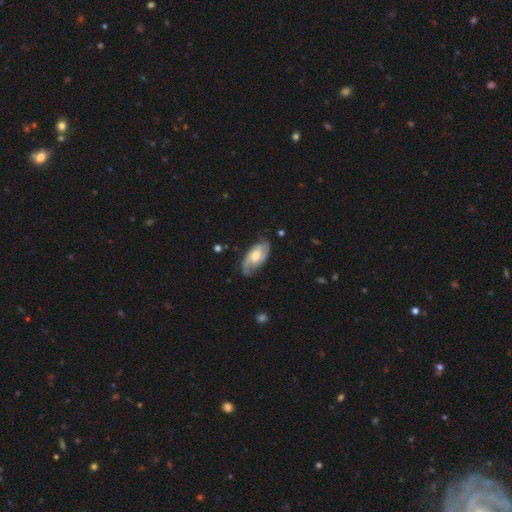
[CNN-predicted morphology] Smooth or featured? Predicted: featured or disk (p=0.76). Edge-on disk? Predicted: no (p=0.94). Bar? Predicted: no (p=0.53). Spiral arms? Predicted: yes (p=0.93). Spiral winding? Predicted: medium (p=0.48). Spiral arm count? Predicted: 2 (p=0.82). Bulge size? Predicted: moderate (p=0.51). Merging? Predicted: none (p=0.73).